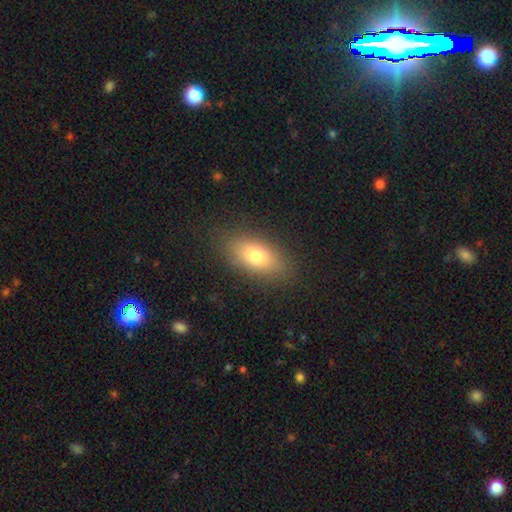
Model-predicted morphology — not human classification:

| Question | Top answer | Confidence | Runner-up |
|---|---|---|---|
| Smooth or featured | smooth | 79% | featured or disk (13%) |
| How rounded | in between | 86% | cigar-shaped (8%) |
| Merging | none | 84% | minor disturbance (11%) |